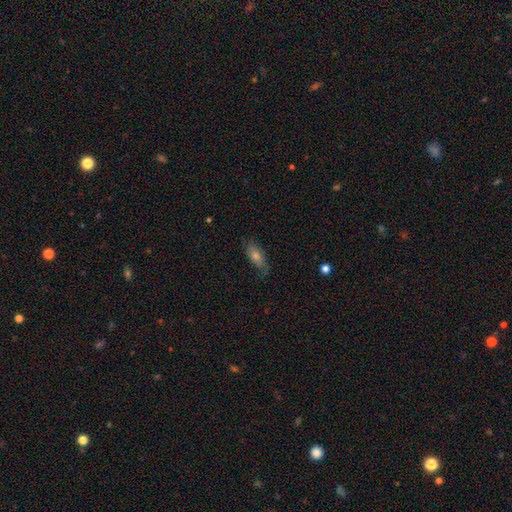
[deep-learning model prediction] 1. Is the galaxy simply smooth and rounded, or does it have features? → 46% smooth, 40% featured or disk, 13% star or artifact.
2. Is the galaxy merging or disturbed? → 71% none, 20% minor disturbance, 8% major disturbance, 1% merger.